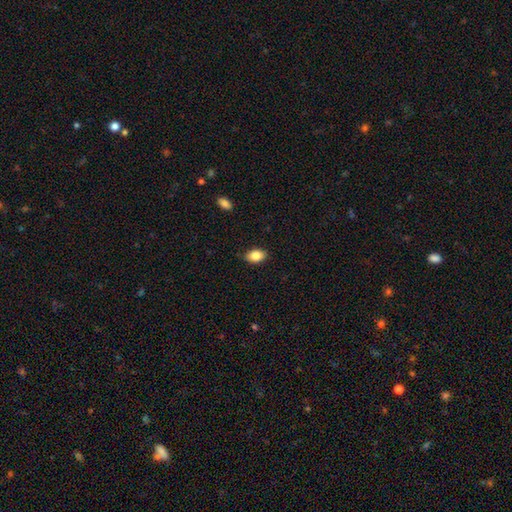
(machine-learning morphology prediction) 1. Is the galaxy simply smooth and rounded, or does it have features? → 85% smooth, 8% star or artifact, 7% featured or disk.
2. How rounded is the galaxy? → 87% in between, 12% round, 1% cigar-shaped.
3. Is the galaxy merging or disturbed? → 86% none, 11% minor disturbance, 2% major disturbance, 1% merger.